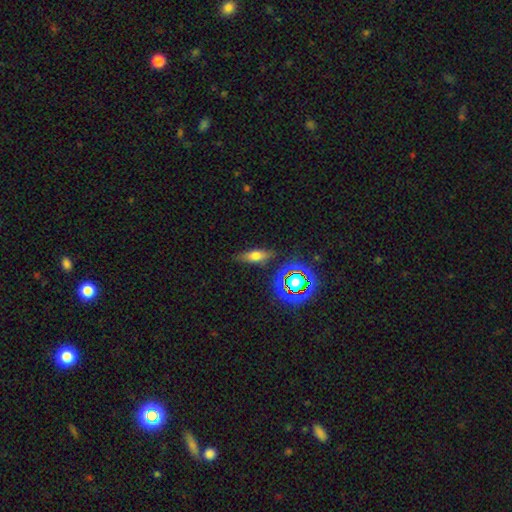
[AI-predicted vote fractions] Overall: smooth (58%; featured or disk 26%). How rounded: in between (60%; cigar-shaped 33%). Merging: none (81%).